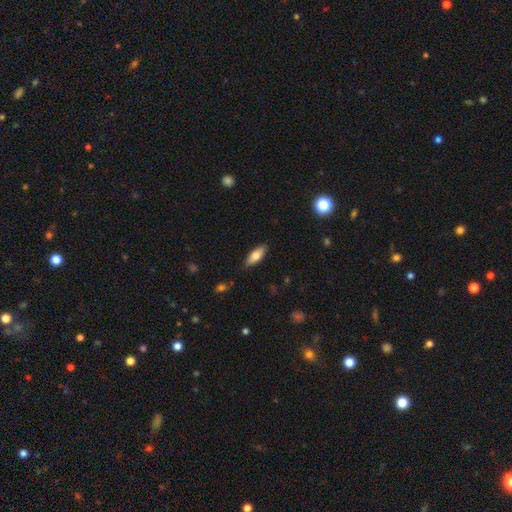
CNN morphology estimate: Smooth or featured: smooth — 71% (featured or disk — 22%)
How rounded: in between — 72% (cigar-shaped — 26%)
Merging: none — 87% (minor disturbance — 10%)